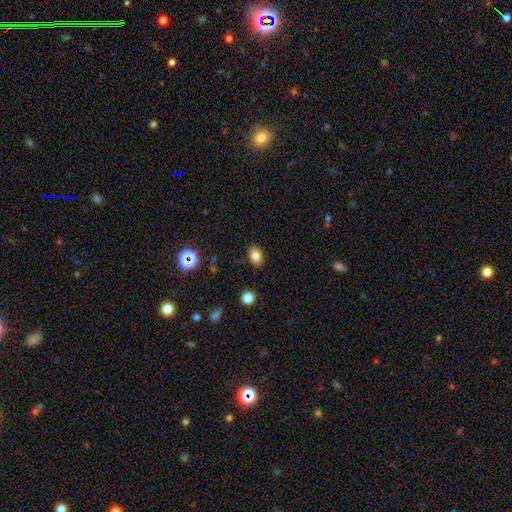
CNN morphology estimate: A smooth galaxy with no disk features (80%) that is in between round and cigar-shaped (86%).

Vote fractions:
- Smooth or featured? smooth: 80% / star or artifact: 11% / featured or disk: 9%
- How rounded? in between: 86% / round: 13% / cigar-shaped: 1%
- Merging? none: 87% / minor disturbance: 10% / major disturbance: 2% / merger: 1%